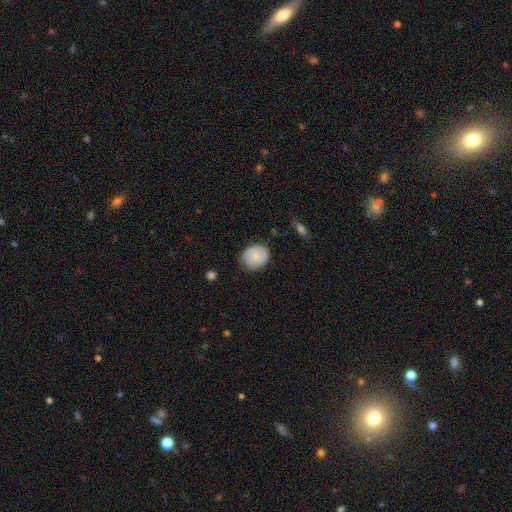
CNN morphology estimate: This appears to be a smooth galaxy with no disk features (69%) that is round (61%). Merging: none (69%).